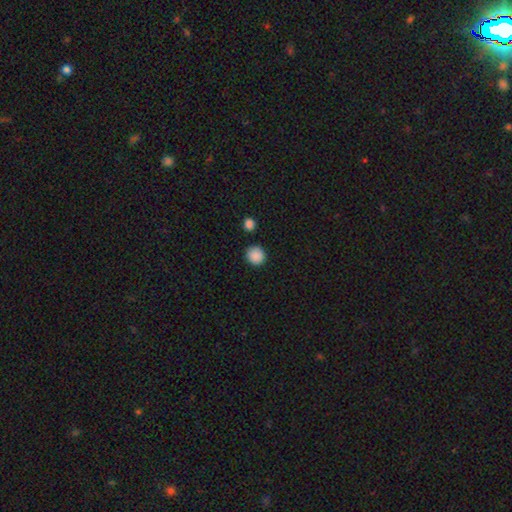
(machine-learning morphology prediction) Smooth or featured: smooth — 89% (star or artifact — 8%)
How rounded: round — 90% (in between — 9%)
Merging: none — 88% (minor disturbance — 7%)